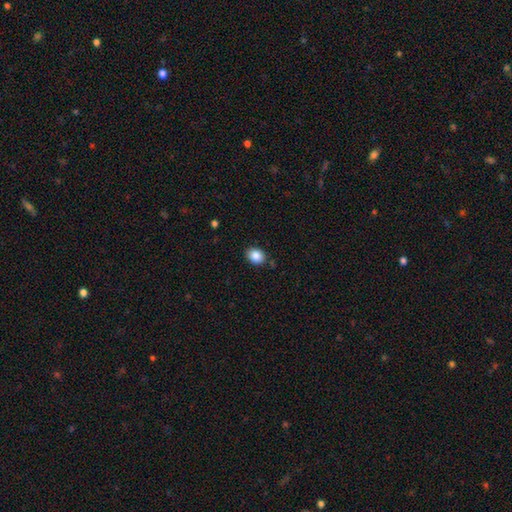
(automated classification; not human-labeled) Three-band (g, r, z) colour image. It shows a smooth galaxy with no disk features (87%) that is in between round and cigar-shaped (52%). Merging: none (84%).